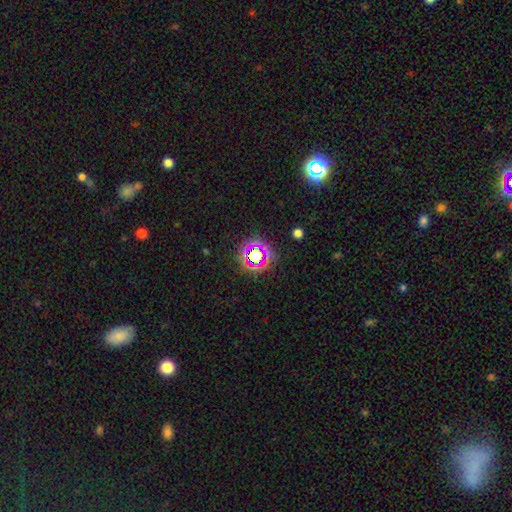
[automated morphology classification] Q: Smooth or featured?
A: star or artifact (63%); runner-up: smooth (25%)